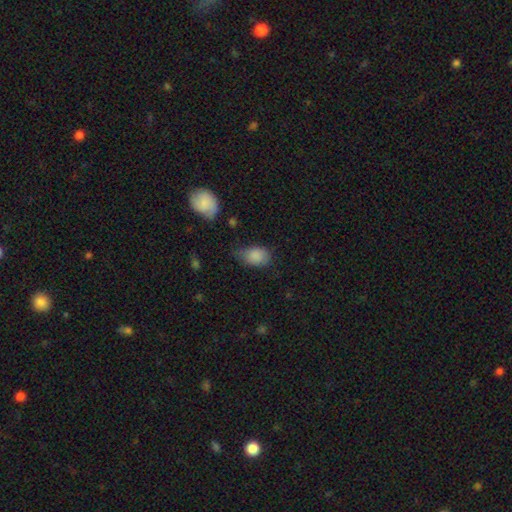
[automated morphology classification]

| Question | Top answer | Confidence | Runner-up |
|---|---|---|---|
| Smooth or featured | smooth | 85% | star or artifact (9%) |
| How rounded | in between | 81% | round (17%) |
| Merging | none | 47% | minor disturbance (39%) |